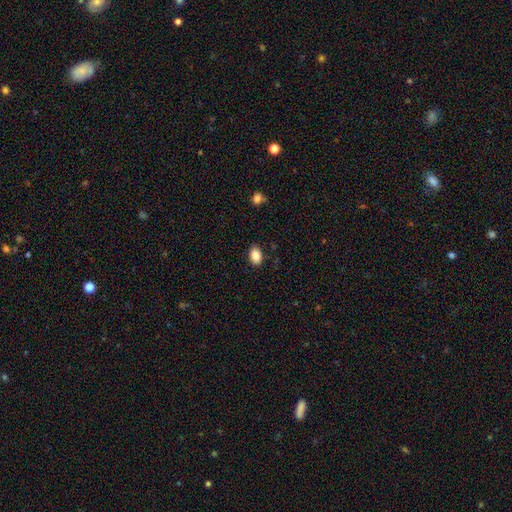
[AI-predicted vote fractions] A smooth galaxy with no disk features (88%) that is in between round and cigar-shaped (88%). Merging: none (87%).